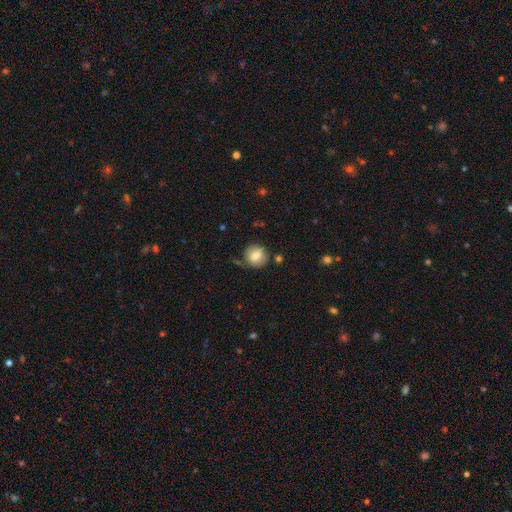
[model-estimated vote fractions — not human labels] Smooth or featured? smooth (75%)
How rounded? round (86%)
Merging? none (77%)